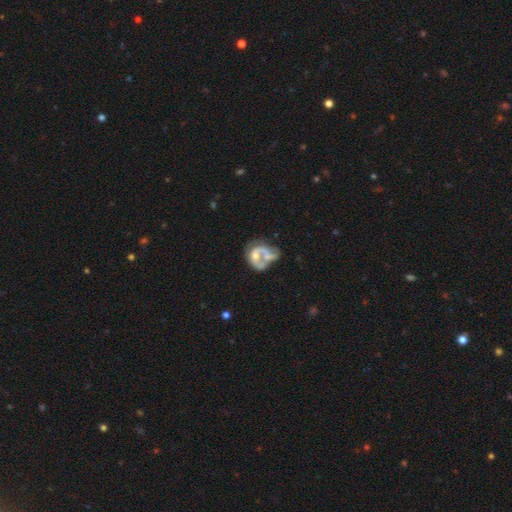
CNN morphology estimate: The model was most divided on "spiral arms": no: 56%, yes: 44%. Remaining: edge-on disk — no (98%); bar — no (77%); smooth or featured — featured or disk (63%); bulge size — moderate (44%); merging — merger (44%).